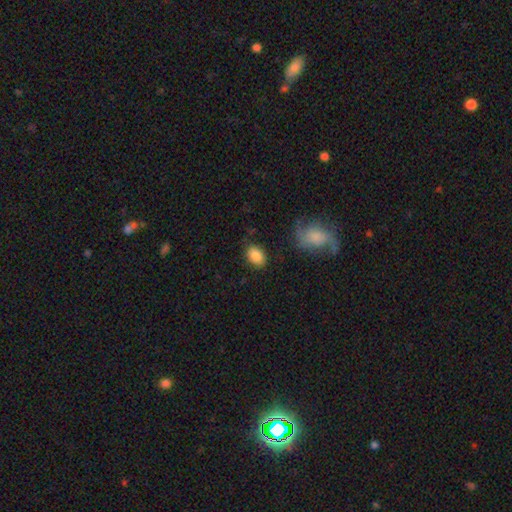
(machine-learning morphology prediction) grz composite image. It shows a smooth galaxy with no disk features (87%) that is in between round and cigar-shaped (82%). Merging: none (83%).